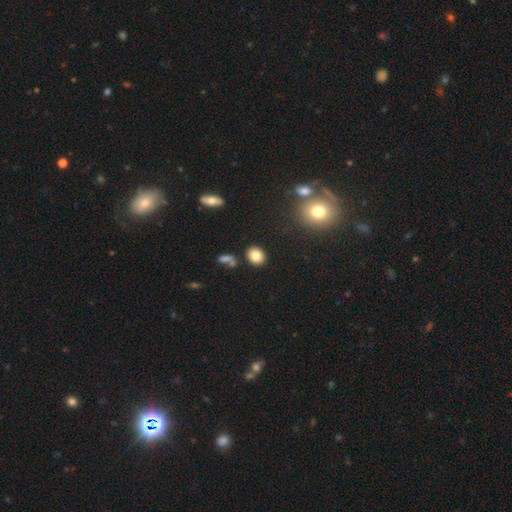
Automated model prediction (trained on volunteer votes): The model was most divided on "how rounded": round: 65%, in between: 34%, cigar-shaped: 1%. More confident: merging — none (86%); smooth or featured — smooth (81%).